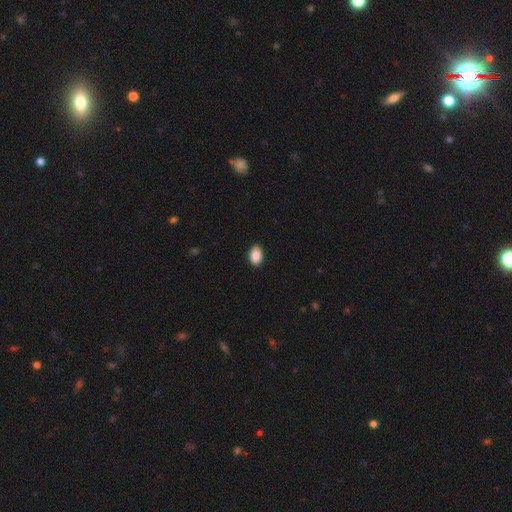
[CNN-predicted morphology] smooth_or_featured: smooth (p=0.89) [alt: star or artifact p=0.07]
how_rounded: in between (p=0.86) [alt: round p=0.12]
merging: none (p=0.86) [alt: minor disturbance p=0.11]